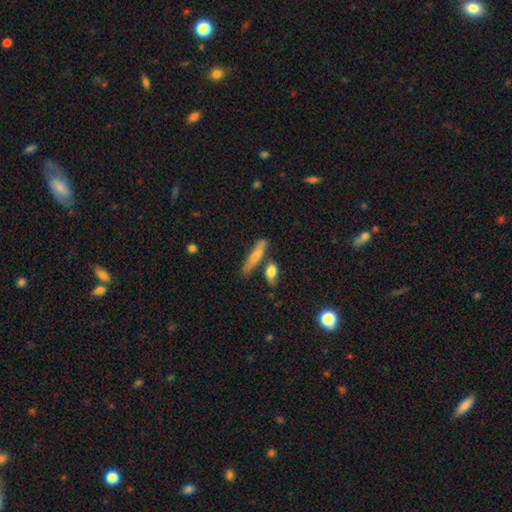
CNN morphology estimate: This appears to be a smooth galaxy with no disk features (57%) that is cigar-shaped (79%). Merging: none (67%).